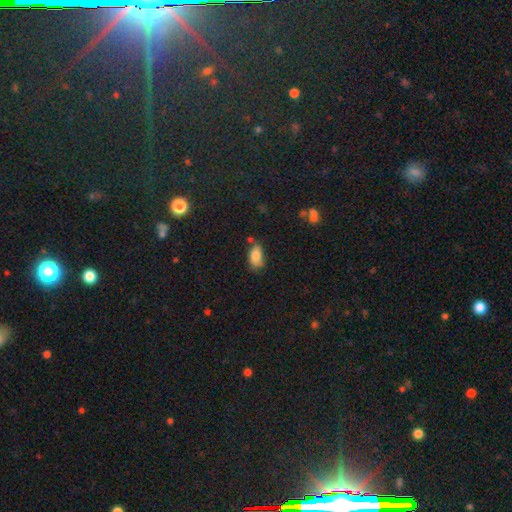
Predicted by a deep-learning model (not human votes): smooth-or-featured: smooth: 82% | featured or disk: 10% | star or artifact: 9%
  how-rounded: in between: 91% | round: 6% | cigar-shaped: 3%
  merging: none: 60% | minor disturbance: 27% | merger: 8% | major disturbance: 6%